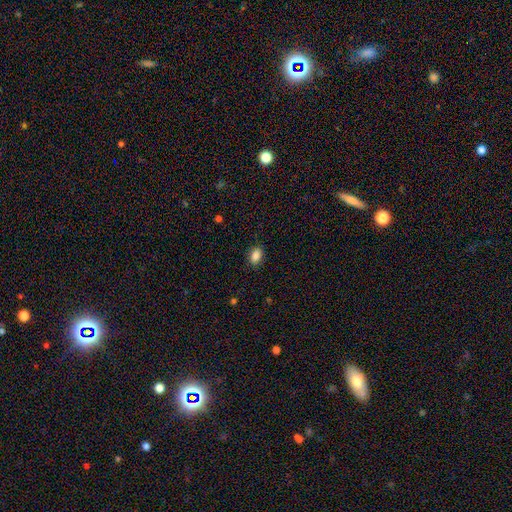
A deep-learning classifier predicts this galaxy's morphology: A smooth galaxy with no disk features (87%) that is in between round and cigar-shaped (84%).

Vote fractions:
- Smooth or featured? smooth: 87% / star or artifact: 9% / featured or disk: 4%
- How rounded? in between: 84% / round: 15% / cigar-shaped: 2%
- Merging? none: 88% / minor disturbance: 9% / major disturbance: 2% / merger: 1%